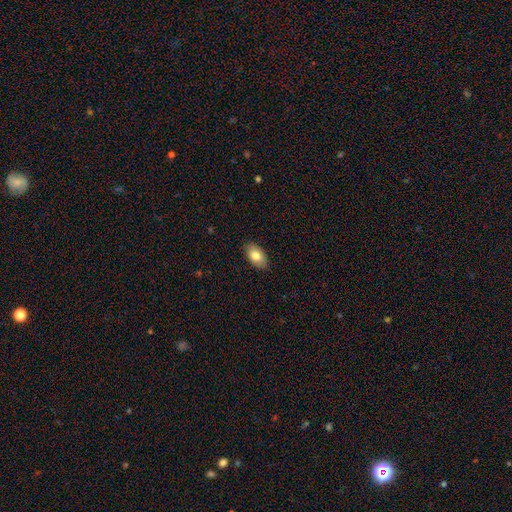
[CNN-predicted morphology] Overall: smooth (80%). How rounded: in between (93%). Merging: none (87%).